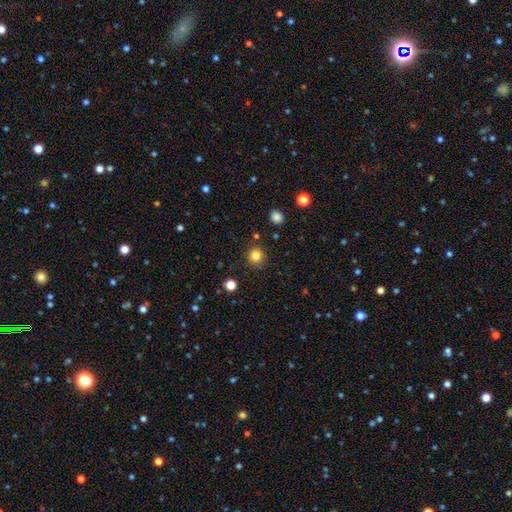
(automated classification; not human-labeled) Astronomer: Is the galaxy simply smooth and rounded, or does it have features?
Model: smooth — 83%.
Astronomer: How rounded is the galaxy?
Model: round — 93%.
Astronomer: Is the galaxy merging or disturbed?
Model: none — 88%.